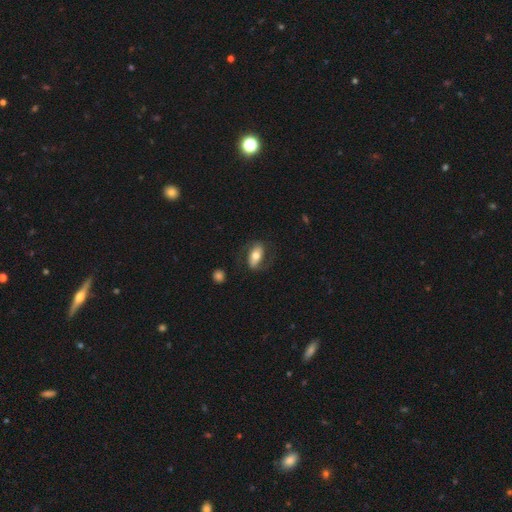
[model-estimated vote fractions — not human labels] A featured or disk galaxy (47%). Merging: none (69%).